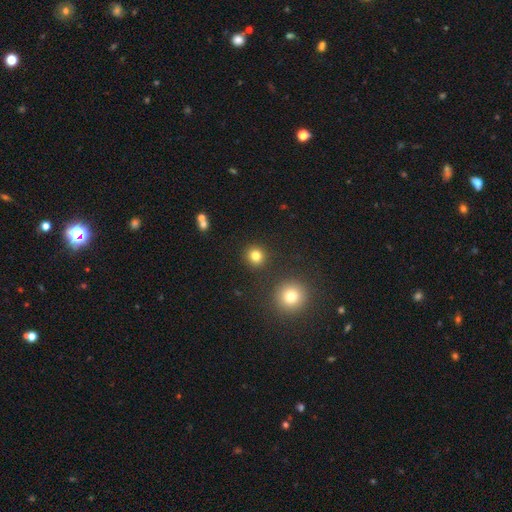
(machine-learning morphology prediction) A smooth galaxy with no disk features (81%) that is round (91%). Merging: none (89%).